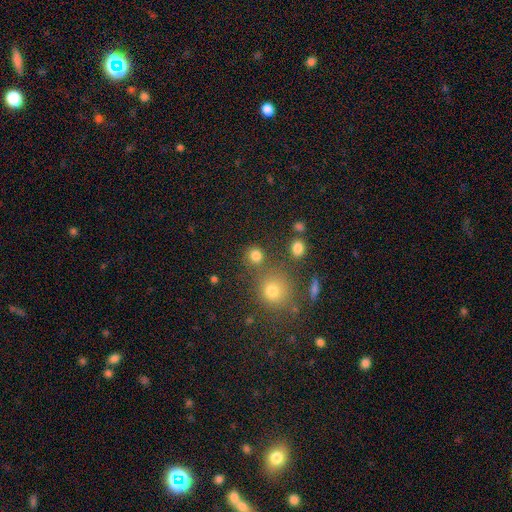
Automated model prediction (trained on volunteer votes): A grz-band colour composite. It shows a smooth galaxy with no disk features (79%) that is round (88%). Merging: none (74%).